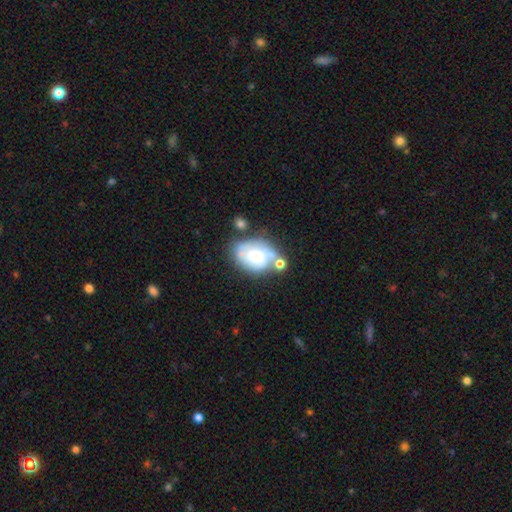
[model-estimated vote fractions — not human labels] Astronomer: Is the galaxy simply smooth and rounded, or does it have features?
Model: featured or disk — 53% (runner-up: smooth, 39%).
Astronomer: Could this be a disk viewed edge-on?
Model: no — 96%.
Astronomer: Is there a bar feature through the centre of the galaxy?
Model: no — 74%.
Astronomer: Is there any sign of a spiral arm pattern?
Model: yes — 68%.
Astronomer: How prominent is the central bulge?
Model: moderate — 49% (runner-up: small, 29%).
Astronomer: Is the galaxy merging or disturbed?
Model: none — 44% (runner-up: minor disturbance, 24%).